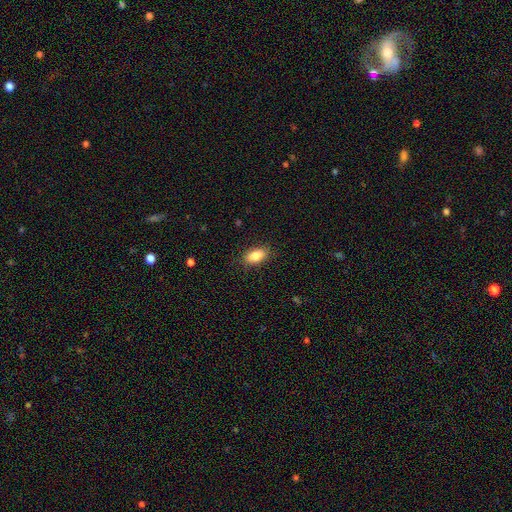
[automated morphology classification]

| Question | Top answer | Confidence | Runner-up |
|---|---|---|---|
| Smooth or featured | smooth | 85% | featured or disk (7%) |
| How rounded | in between | 90% | round (5%) |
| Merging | none | 86% | minor disturbance (10%) |